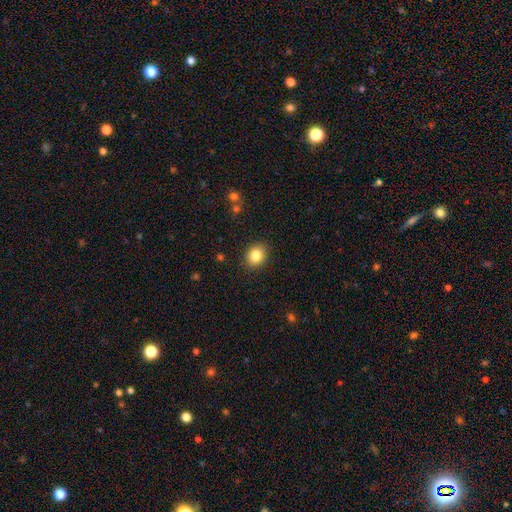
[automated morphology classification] Smooth or featured? Predicted: smooth (p=0.84). How rounded? Predicted: round (p=0.57). Merging? Predicted: none (p=0.88).